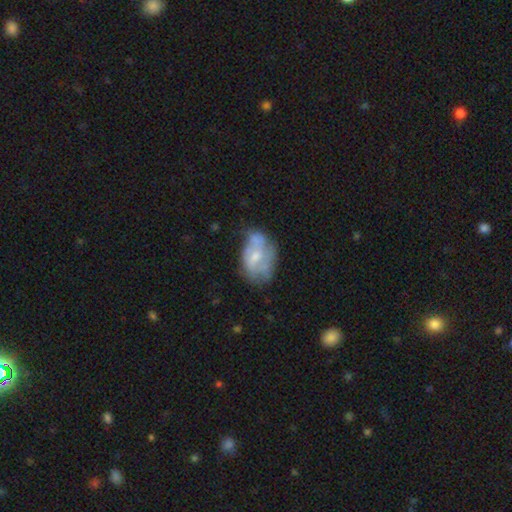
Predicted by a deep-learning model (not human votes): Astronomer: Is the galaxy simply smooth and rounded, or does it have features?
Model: featured or disk — 52% (runner-up: smooth, 41%).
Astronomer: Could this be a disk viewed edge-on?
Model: no — 96%.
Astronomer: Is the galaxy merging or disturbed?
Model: none — 40% (runner-up: minor disturbance, 32%).